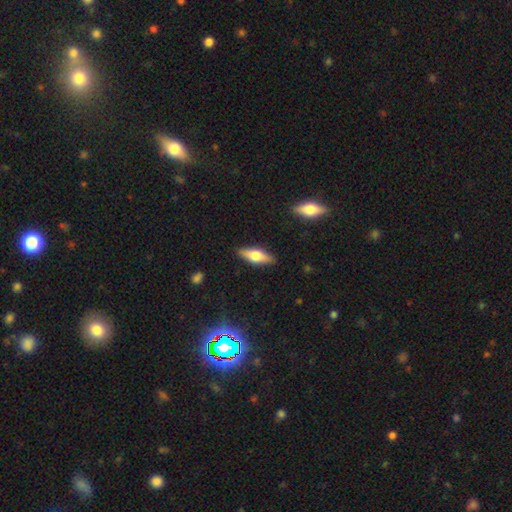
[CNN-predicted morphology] The model was most divided on "smooth or featured": smooth: 54%, featured or disk: 40%, star or artifact: 6%. More confident: merging — none (88%); how rounded — in between (58%).